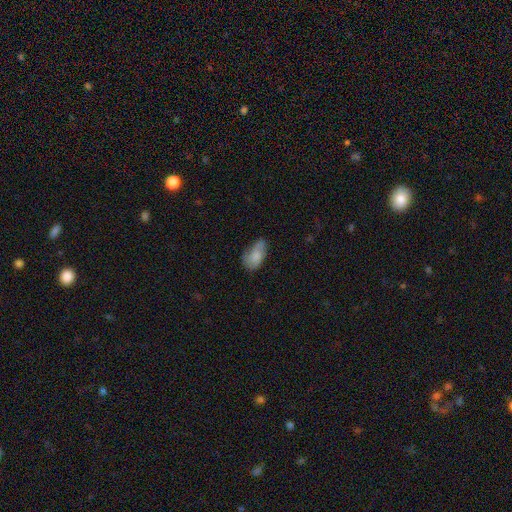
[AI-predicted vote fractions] This is likely a smooth galaxy (75%). How rounded: clearly in between (91%). Merging: possibly none (47%).